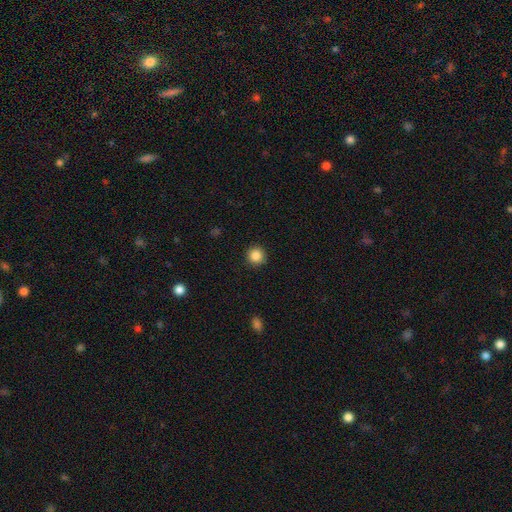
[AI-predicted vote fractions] smooth-or-featured: smooth: 85% | star or artifact: 10% | featured or disk: 4%
  how-rounded: round: 95% | in between: 4% | cigar-shaped: 1%
  merging: none: 92% | minor disturbance: 5% | major disturbance: 2% | merger: 1%